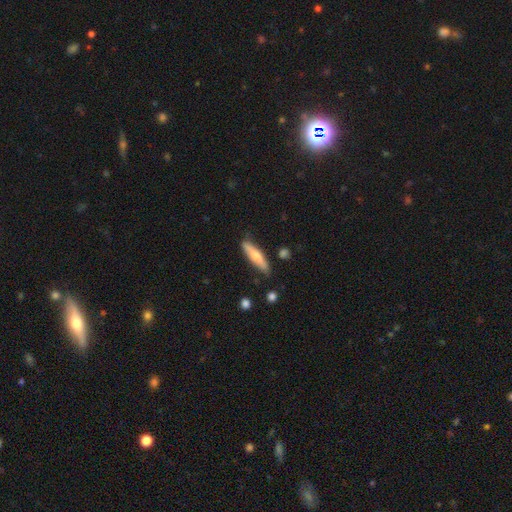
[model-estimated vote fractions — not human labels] Overall: smooth (57%; featured or disk 37%). How rounded: cigar-shaped (79%). Merging: none (81%).